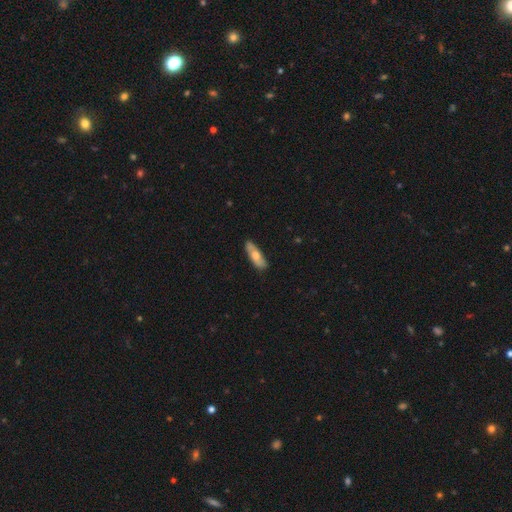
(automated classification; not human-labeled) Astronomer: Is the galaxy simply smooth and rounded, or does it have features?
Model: smooth — 66%.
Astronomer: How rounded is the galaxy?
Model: in between — 51% (runner-up: cigar-shaped, 47%).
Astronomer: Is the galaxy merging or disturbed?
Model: none — 83%.